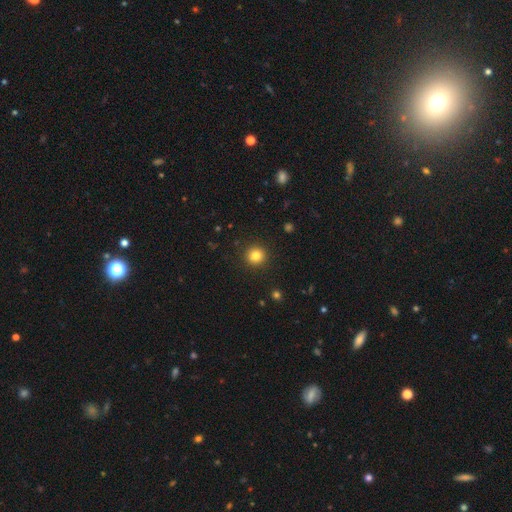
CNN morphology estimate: smooth 83%, star or artifact 12%, featured or disk 5%. Down the decision tree: how rounded — round (95%); merging — none (92%).